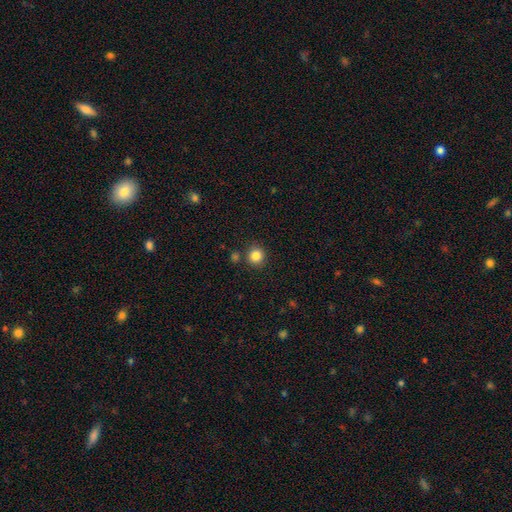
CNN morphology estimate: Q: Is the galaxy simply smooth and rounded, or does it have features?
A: smooth — 84%.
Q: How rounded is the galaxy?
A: round — 92%.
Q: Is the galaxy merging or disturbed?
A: none — 86%.